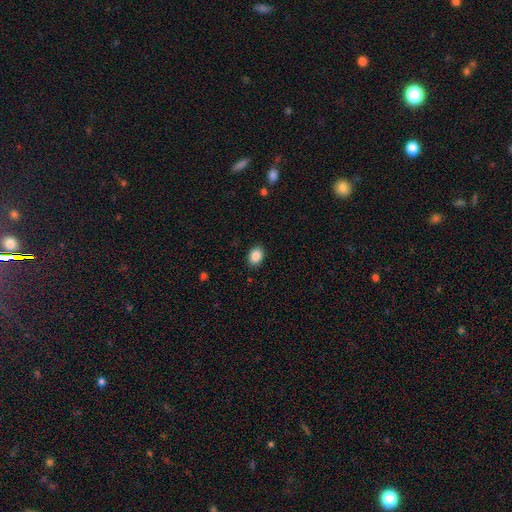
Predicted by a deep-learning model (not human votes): smooth-or-featured: smooth: 87% | star or artifact: 8% | featured or disk: 4%
  how-rounded: in between: 70% | round: 29% | cigar-shaped: 1%
  merging: none: 89% | minor disturbance: 8% | major disturbance: 2% | merger: 1%